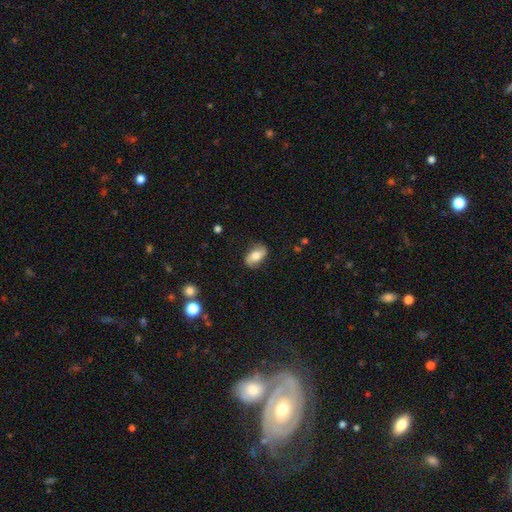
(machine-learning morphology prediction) Q: Smooth or featured?
A: smooth (64%); runner-up: featured or disk (29%)
Q: How rounded?
A: in between (89%); runner-up: round (7%)
Q: Merging?
A: none (79%); runner-up: minor disturbance (16%)